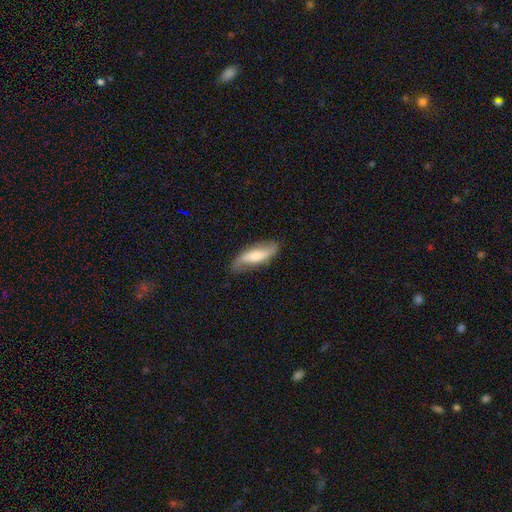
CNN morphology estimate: type=smooth (47%); merging=none (74%).